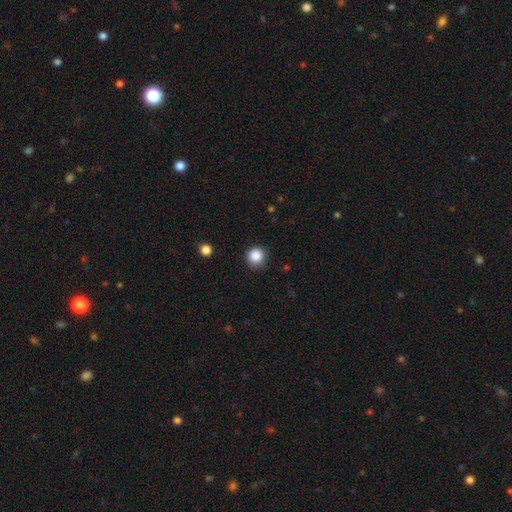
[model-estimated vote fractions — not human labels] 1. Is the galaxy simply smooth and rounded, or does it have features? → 86% smooth, 11% star or artifact, 3% featured or disk.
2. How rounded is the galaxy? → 94% round, 5% in between, 1% cigar-shaped.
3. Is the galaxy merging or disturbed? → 87% none, 9% minor disturbance, 2% major disturbance, 1% merger.